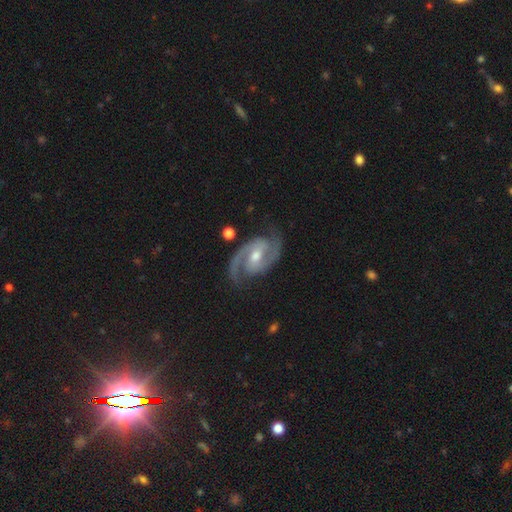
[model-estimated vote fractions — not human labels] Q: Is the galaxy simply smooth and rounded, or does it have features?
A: featured or disk — 93%.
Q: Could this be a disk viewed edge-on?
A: no — 98%.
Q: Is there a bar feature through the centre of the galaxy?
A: weak — 47%.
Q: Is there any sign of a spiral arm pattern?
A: yes — 98%.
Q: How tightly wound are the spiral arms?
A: medium — 59%.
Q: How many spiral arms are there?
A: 2 — 94%.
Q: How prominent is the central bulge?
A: moderate — 67%.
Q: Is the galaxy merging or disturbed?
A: none — 82%.